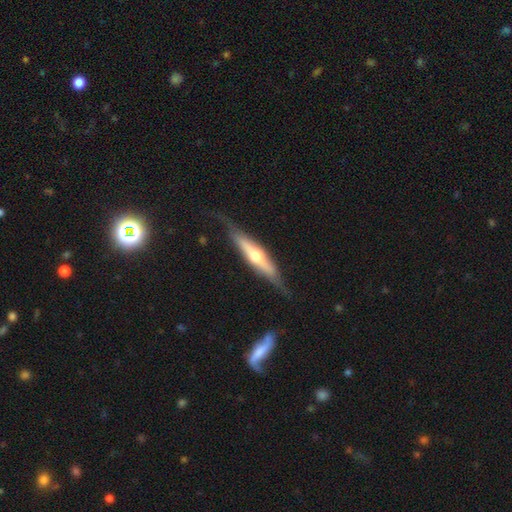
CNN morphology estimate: A featured or disk galaxy (67%) viewed edge-on (91%) with a rounded central bulge (89%). Merging: none (74%).